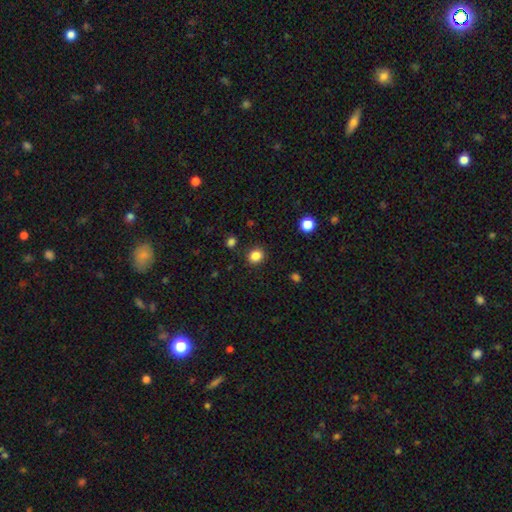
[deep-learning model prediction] A smooth galaxy with no disk features (85%) that is round (74%). Merging: none (88%).